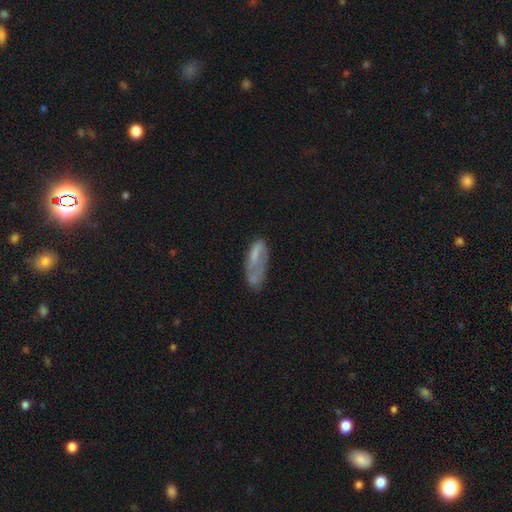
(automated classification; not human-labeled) smooth 57%, featured or disk 34%, star or artifact 9%. Down the decision tree: how rounded — in between (69%); merging — none (39%).